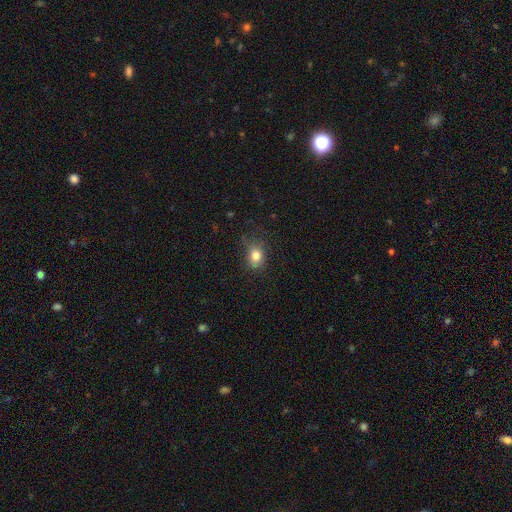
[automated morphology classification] Smooth or featured? Predicted: smooth (p=0.81). How rounded? Predicted: in between (p=0.52). Merging? Predicted: none (p=0.65).